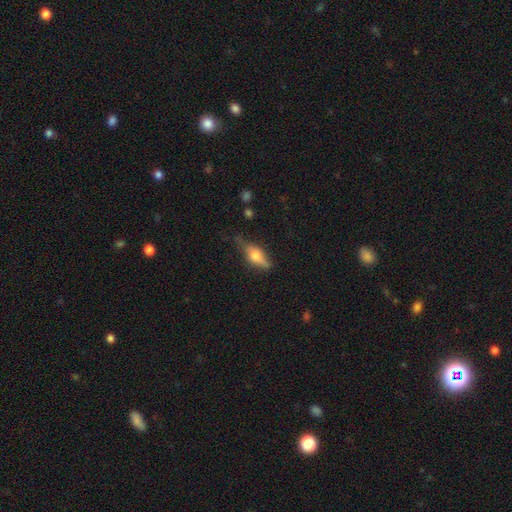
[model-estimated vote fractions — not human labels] Morphology: type=smooth (51%); roundness=in between (61%); merging=none (62%).